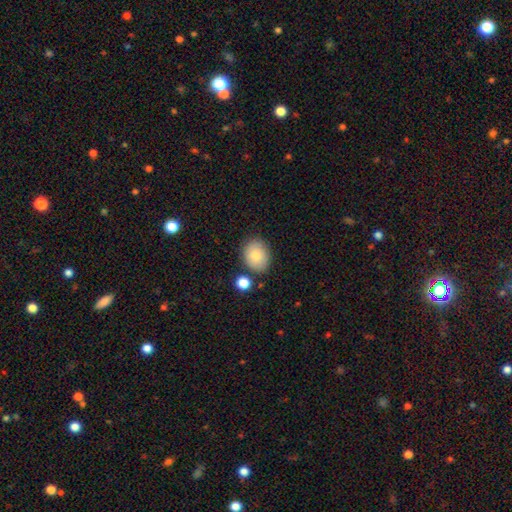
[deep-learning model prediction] Smooth or featured?
  - smooth: 82% *
  - featured or disk: 10%
  - star or artifact: 8%
How rounded?
  - in between: 60% *
  - round: 39%
  - cigar-shaped: 1%
Merging?
  - none: 78% *
  - minor disturbance: 13%
  - merger: 6%
  - major disturbance: 3%